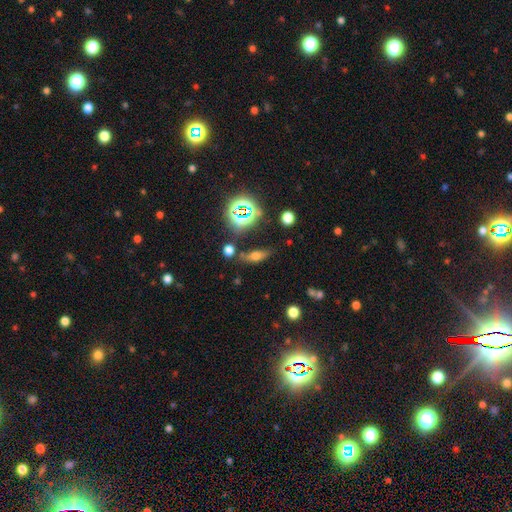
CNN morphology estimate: Q: Smooth or featured?
A: smooth (56%); runner-up: star or artifact (24%)
Q: How rounded?
A: in between (57%); runner-up: cigar-shaped (33%)
Q: Merging?
A: none (73%); runner-up: minor disturbance (14%)